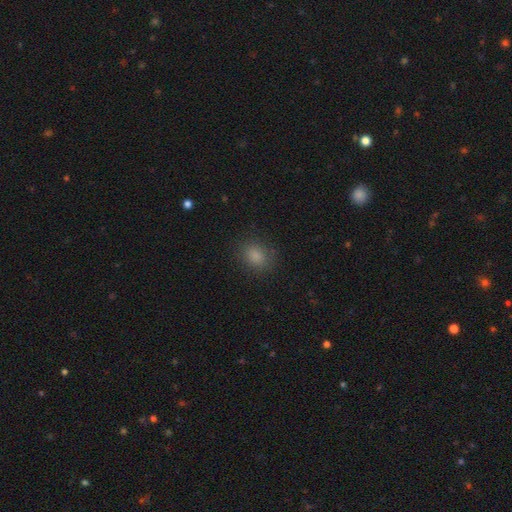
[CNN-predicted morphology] Smooth or featured? smooth (84%)
How rounded? in between (50%)
Merging? none (85%)